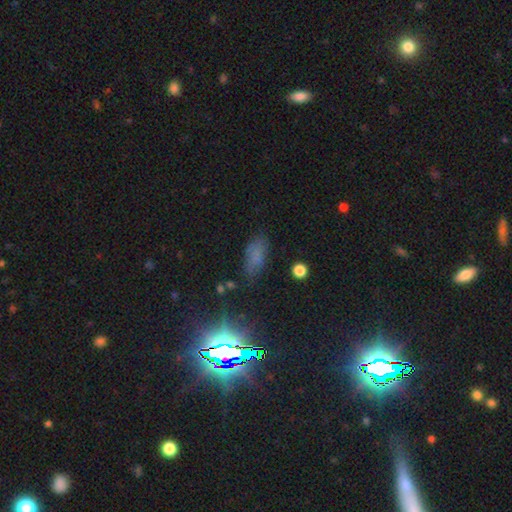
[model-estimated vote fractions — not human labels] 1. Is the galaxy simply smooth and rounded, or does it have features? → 55% smooth, 30% star or artifact, 15% featured or disk.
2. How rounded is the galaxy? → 79% in between, 15% cigar-shaped, 6% round.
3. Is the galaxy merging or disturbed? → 63% none, 23% minor disturbance, 11% major disturbance, 4% merger.